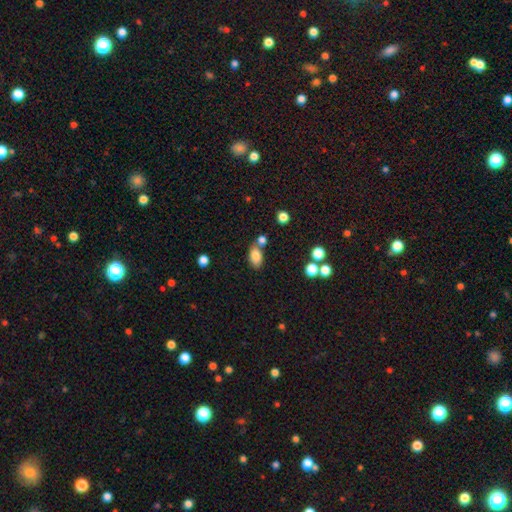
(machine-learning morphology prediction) A smooth galaxy with no disk features (83%) that is in between round and cigar-shaped (88%).

Vote fractions:
- Smooth or featured? smooth: 83% / star or artifact: 9% / featured or disk: 8%
- How rounded? in between: 88% / round: 10% / cigar-shaped: 2%
- Merging? none: 63% / merger: 19% / minor disturbance: 14% / major disturbance: 4%